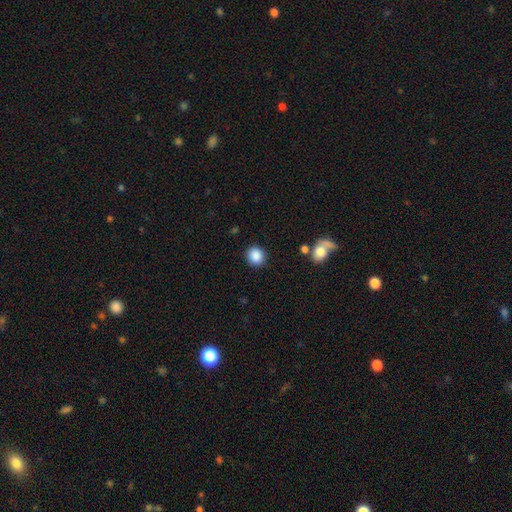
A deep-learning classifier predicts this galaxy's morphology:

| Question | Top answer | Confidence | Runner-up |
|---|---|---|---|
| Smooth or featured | smooth | 88% | star or artifact (9%) |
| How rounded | round | 83% | in between (16%) |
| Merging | none | 88% | minor disturbance (7%) |